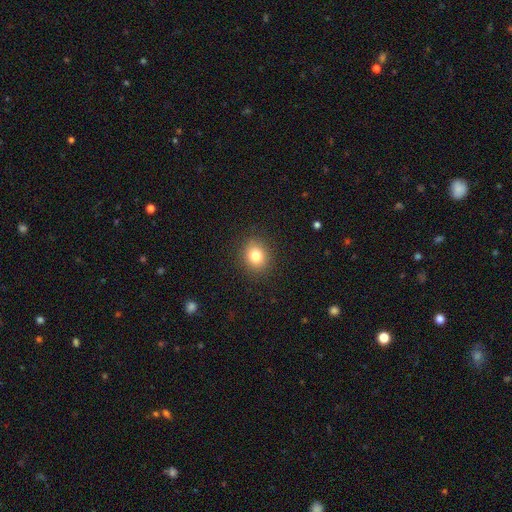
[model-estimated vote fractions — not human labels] Q: Smooth or featured?
A: smooth (80%); runner-up: star or artifact (12%)
Q: How rounded?
A: round (67%); runner-up: in between (32%)
Q: Merging?
A: none (89%); runner-up: minor disturbance (7%)